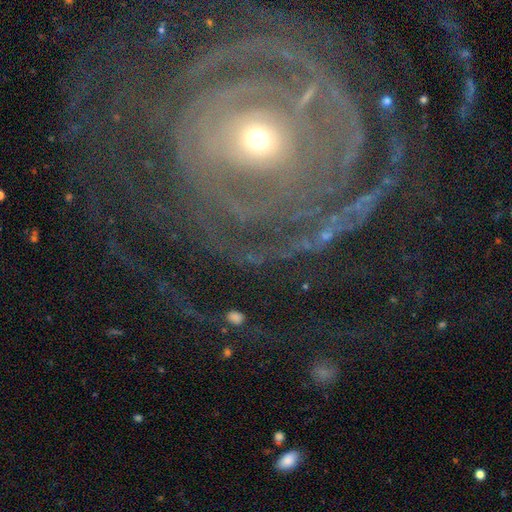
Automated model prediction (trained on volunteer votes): smooth-or-featured: featured or disk: 84% | star or artifact: 8% | smooth: 8%
  disk-edge-on: no: 96% | yes: 4%
    bar: no: 73% | weak: 16% | strong: 10%
    has-spiral-arms: yes: 88% | no: 12%
      spiral-winding: tight: 74% | medium: 18% | loose: 8%
      spiral-arm-count: can't tell: 34% | 2: 16% | more than 4: 14% | 3: 14% | 4: 13% | 1: 9%
    bulge-size: small: 63% | moderate: 32% | large: 3% | dominant: 1% | none: 1%
  merging: none: 64% | major disturbance: 19% | minor disturbance: 15% | merger: 2%